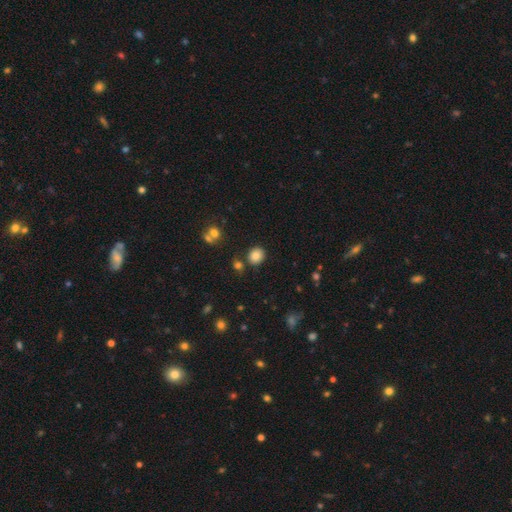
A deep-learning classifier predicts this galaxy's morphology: A smooth galaxy with no disk features (84%) that is round (68%).

Vote fractions:
- Smooth or featured? smooth: 84% / star or artifact: 11% / featured or disk: 5%
- How rounded? round: 68% / in between: 31% / cigar-shaped: 1%
- Merging? none: 80% / minor disturbance: 10% / merger: 7% / major disturbance: 3%